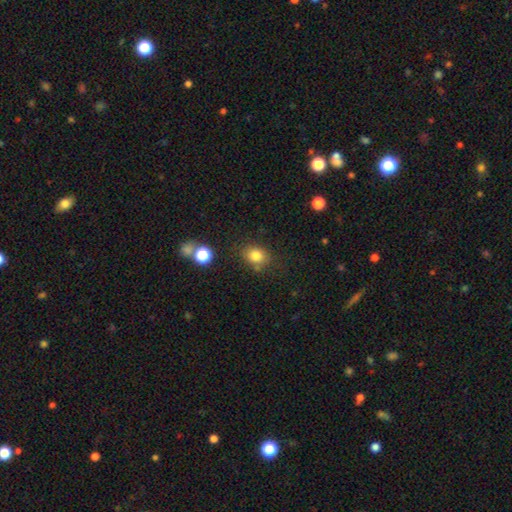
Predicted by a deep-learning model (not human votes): Morphology: type=smooth (81%); roundness=round (54%); merging=none (74%).